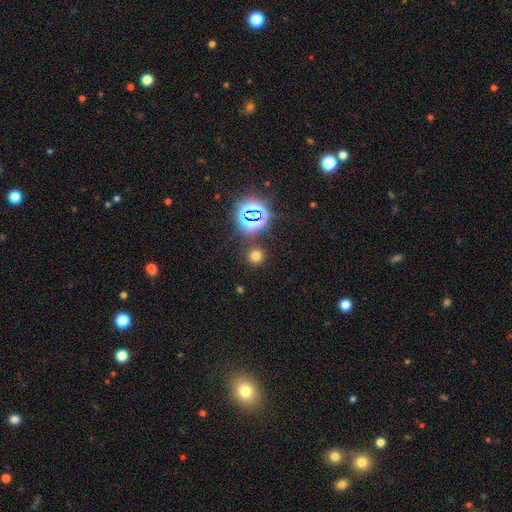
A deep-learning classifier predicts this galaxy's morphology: A smooth galaxy with no disk features (65%) that is round (93%). Merging: none (86%).